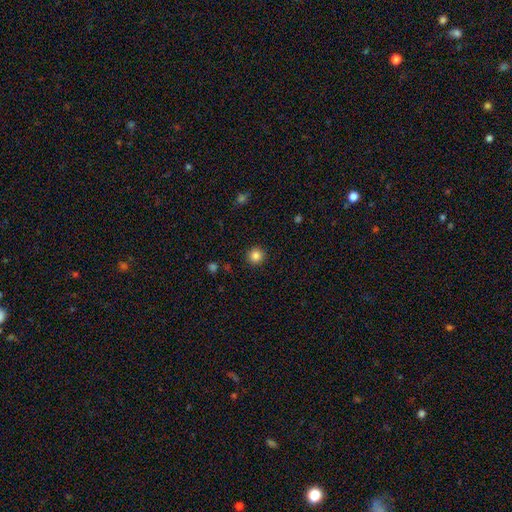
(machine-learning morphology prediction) smooth_or_featured: smooth (p=0.84) [alt: star or artifact p=0.11]
how_rounded: round (p=0.95) [alt: in between p=0.04]
merging: none (p=0.92) [alt: minor disturbance p=0.05]